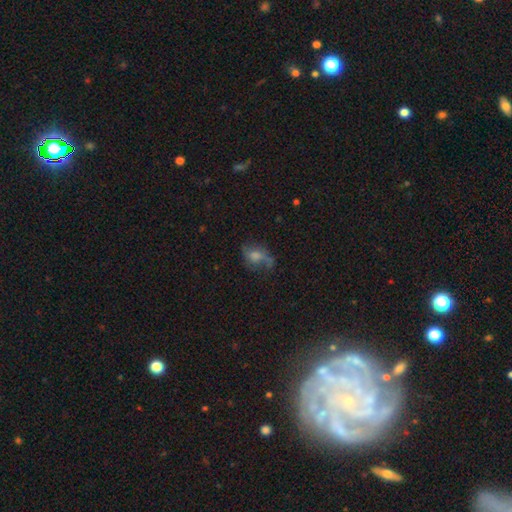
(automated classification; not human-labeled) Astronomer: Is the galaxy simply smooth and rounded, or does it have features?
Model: featured or disk — 48% (runner-up: smooth, 34%).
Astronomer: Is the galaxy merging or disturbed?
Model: none — 51%.